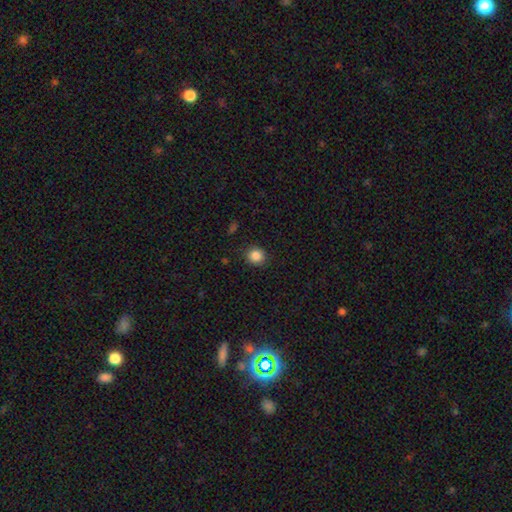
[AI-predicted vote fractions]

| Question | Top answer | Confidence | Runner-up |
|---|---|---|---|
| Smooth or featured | smooth | 85% | star or artifact (11%) |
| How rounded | round | 87% | in between (12%) |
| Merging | none | 89% | minor disturbance (8%) |